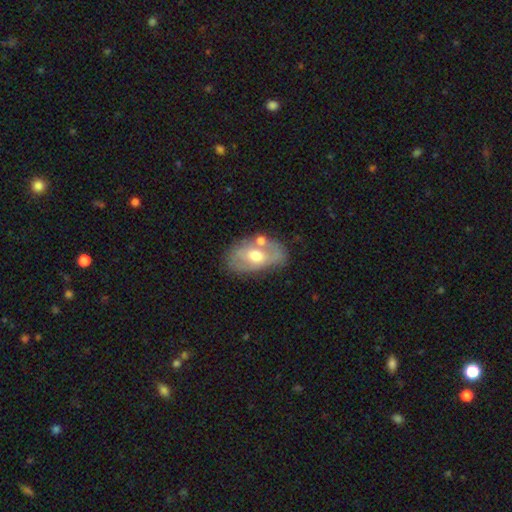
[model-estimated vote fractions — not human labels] smooth-or-featured: featured or disk: 53% | smooth: 40% | star or artifact: 7%
  disk-edge-on: no: 91% | yes: 9%
  merging: none: 59% | minor disturbance: 21% | merger: 13% | major disturbance: 7%